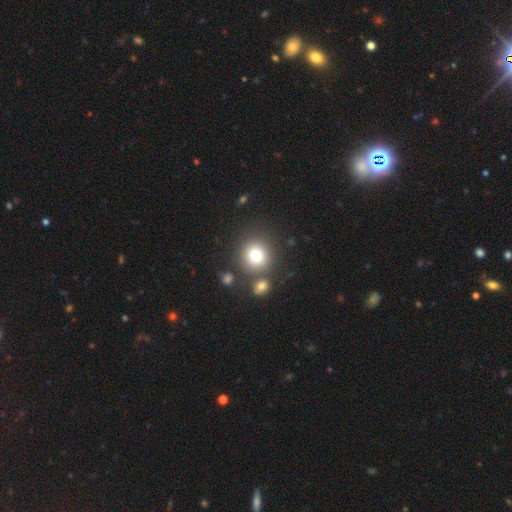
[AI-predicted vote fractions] Smooth or featured? Predicted: smooth (p=0.77). How rounded? Predicted: round (p=0.91). Merging? Predicted: none (p=0.77).